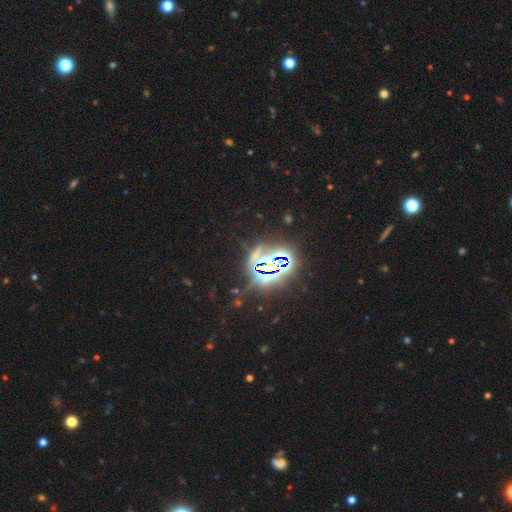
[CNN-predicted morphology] This is clearly a star or artifact rather than a galaxy (80%).